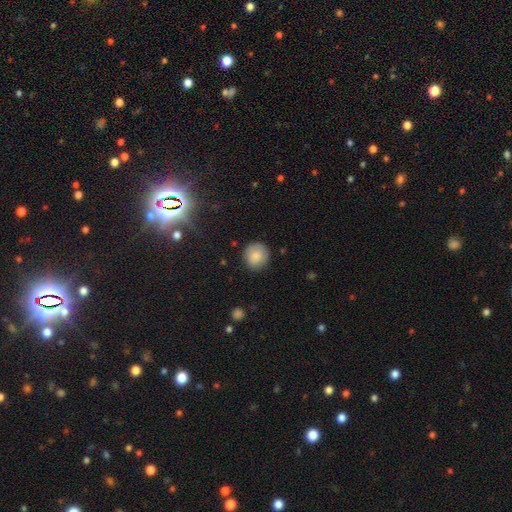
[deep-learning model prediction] Smooth or featured?
  - smooth: 84% *
  - star or artifact: 8%
  - featured or disk: 7%
How rounded?
  - round: 90% *
  - in between: 9%
  - cigar-shaped: 1%
Merging?
  - none: 86% *
  - minor disturbance: 11%
  - major disturbance: 3%
  - merger: 1%